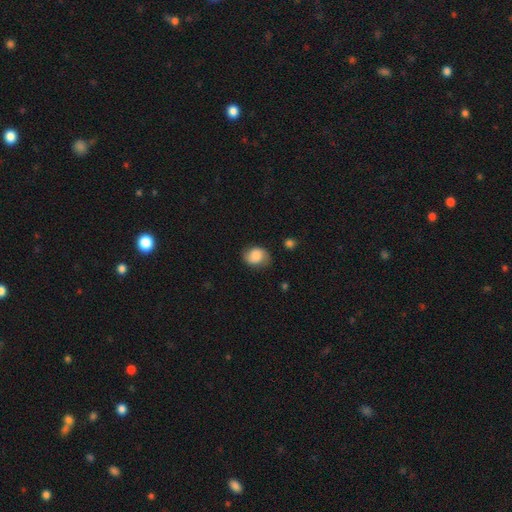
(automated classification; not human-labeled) Morphology: type=smooth (71%); roundness=round (51%); merging=none (68%).